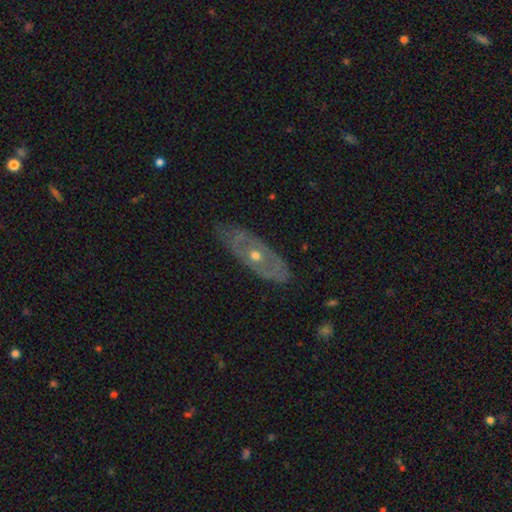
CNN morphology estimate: The model was most divided on "bulge size": moderate: 62%, small: 34%, large: 2%, none: 1%, dominant: 1%. More confident: bar — no (90%); edge-on disk — no (79%); smooth or featured — featured or disk (71%); merging — none (70%); spiral arms — no (67%).